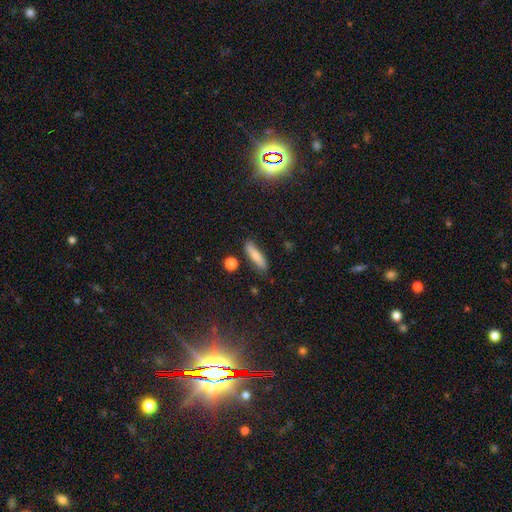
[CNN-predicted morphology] Smooth or featured? smooth (74%)
How rounded? cigar-shaped (70%)
Merging? none (81%)